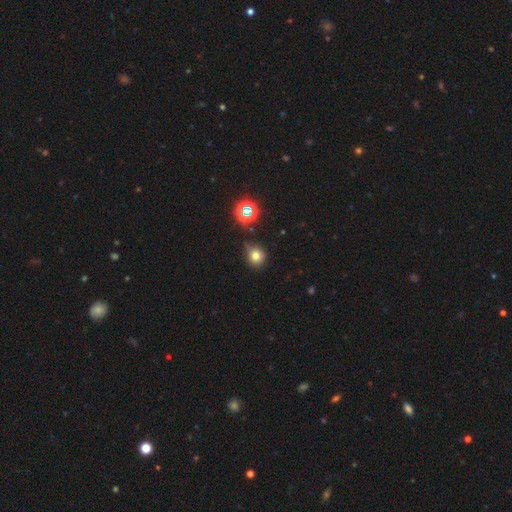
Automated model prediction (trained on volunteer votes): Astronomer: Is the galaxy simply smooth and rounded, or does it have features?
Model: smooth — 72%.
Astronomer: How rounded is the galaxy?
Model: round — 86%.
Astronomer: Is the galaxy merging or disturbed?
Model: none — 70%.